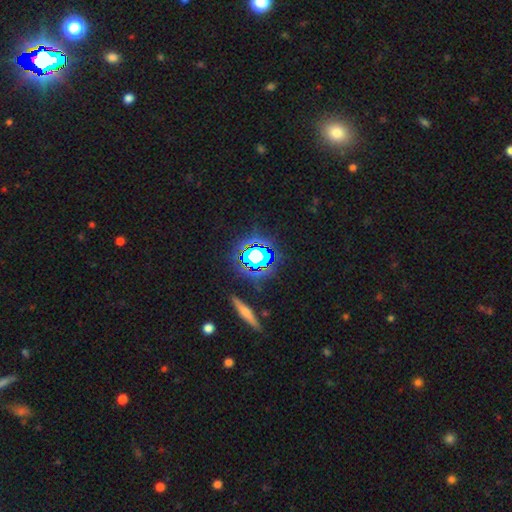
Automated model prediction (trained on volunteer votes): Overall: star or artifact (62%; smooth 23%).